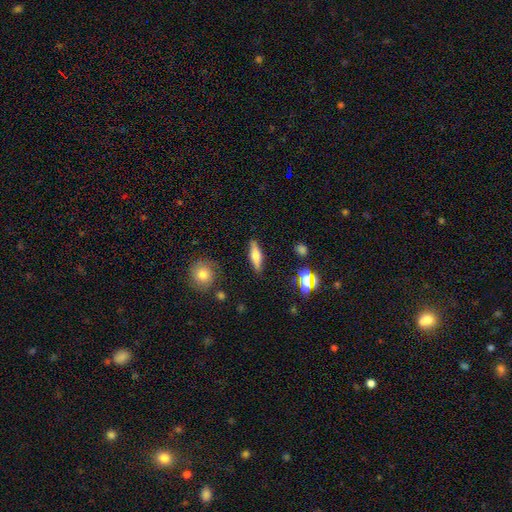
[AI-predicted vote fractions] smooth_or_featured: smooth (p=0.55) [alt: featured or disk p=0.36]
how_rounded: cigar-shaped (p=0.55) [alt: in between p=0.41]
merging: none (p=0.86) [alt: minor disturbance p=0.10]